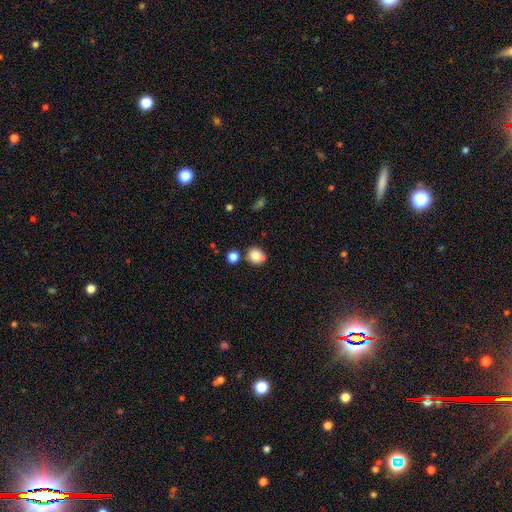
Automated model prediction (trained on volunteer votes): Smooth or featured?
  - smooth: 80% *
  - star or artifact: 10%
  - featured or disk: 10%
How rounded?
  - round: 74% *
  - in between: 25%
  - cigar-shaped: 1%
Merging?
  - none: 67% *
  - minor disturbance: 15%
  - merger: 15%
  - major disturbance: 4%